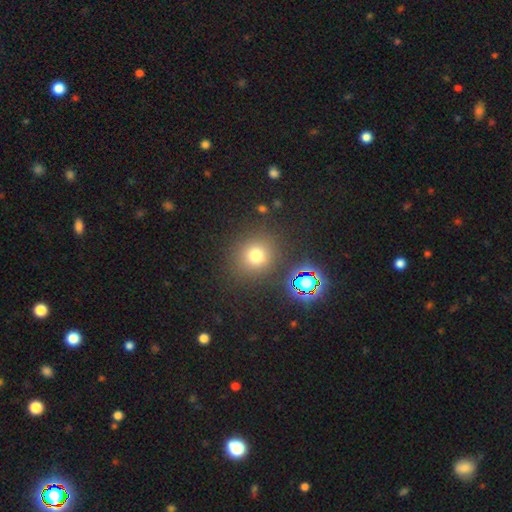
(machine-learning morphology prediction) smooth_or_featured: smooth (p=0.71) [alt: star or artifact p=0.21]
how_rounded: round (p=0.88) [alt: in between p=0.11]
merging: none (p=0.84) [alt: minor disturbance p=0.08]